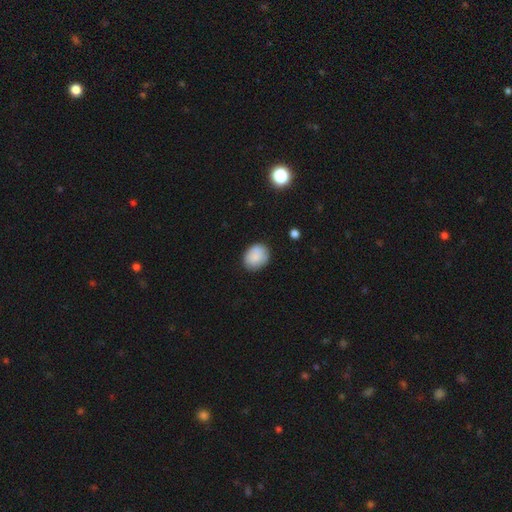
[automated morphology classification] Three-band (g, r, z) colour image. It shows a smooth galaxy with no disk features (86%) that is in between round and cigar-shaped (51%). Merging: none (80%).